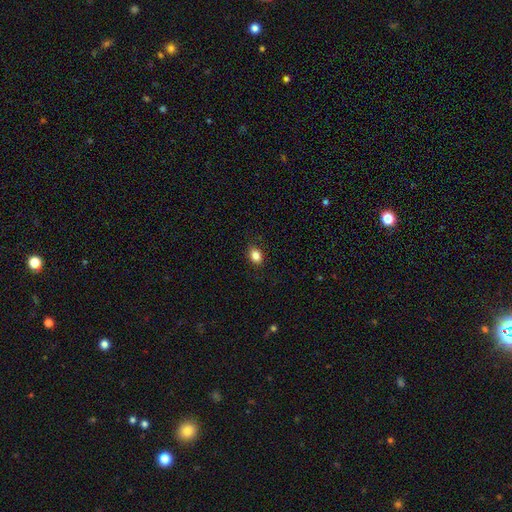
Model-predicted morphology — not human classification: Smooth or featured?
  - smooth: 85% *
  - star or artifact: 10%
  - featured or disk: 5%
How rounded?
  - in between: 67% *
  - round: 32%
  - cigar-shaped: 1%
Merging?
  - none: 86% *
  - minor disturbance: 10%
  - major disturbance: 3%
  - merger: 1%